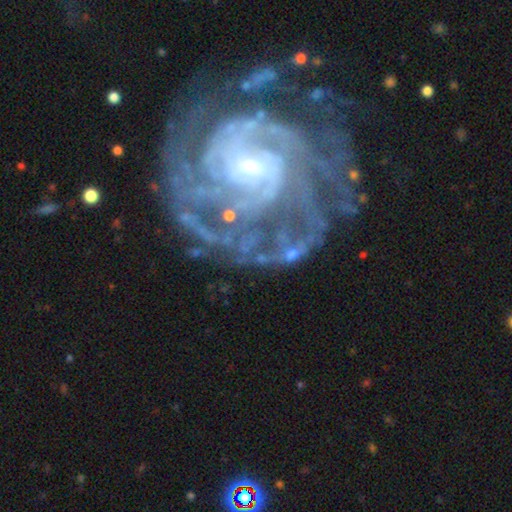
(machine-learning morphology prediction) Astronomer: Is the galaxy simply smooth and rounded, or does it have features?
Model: featured or disk — 89%.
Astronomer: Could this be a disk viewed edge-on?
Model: no — 98%.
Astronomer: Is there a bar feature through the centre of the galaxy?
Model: no — 42% (runner-up: weak, 41%).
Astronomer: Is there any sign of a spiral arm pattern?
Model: yes — 97%.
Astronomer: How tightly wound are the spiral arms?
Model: tight — 63%.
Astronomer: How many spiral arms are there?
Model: can't tell — 25% (runner-up: 2, 19%).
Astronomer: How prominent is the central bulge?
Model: small — 74%.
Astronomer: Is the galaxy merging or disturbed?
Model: none — 61%.